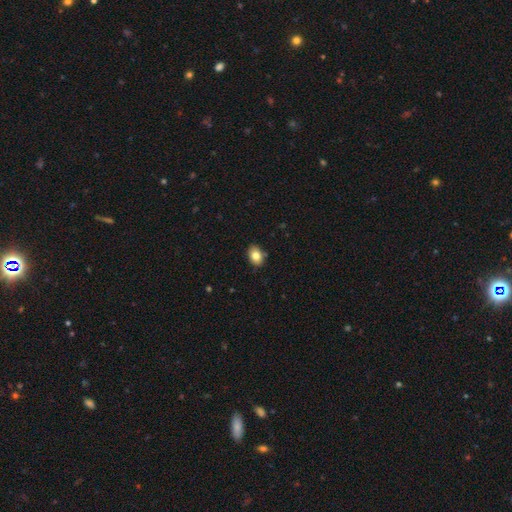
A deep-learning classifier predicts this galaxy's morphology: This appears to be a smooth galaxy with no disk features (81%) that is in between round and cigar-shaped (77%). Merging: none (85%).